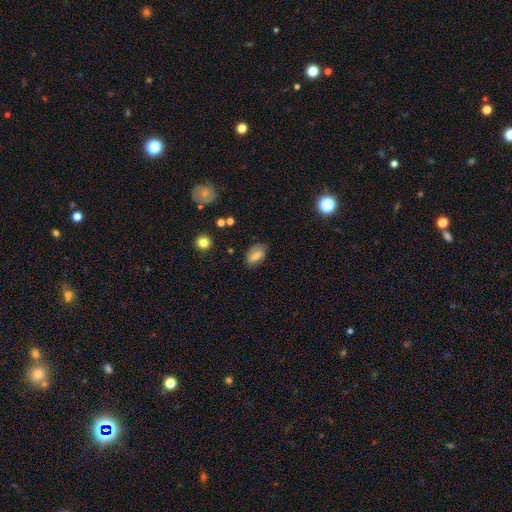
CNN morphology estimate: Smooth or featured: smooth — 67% (featured or disk — 23%)
How rounded: in between — 87% (round — 11%)
Merging: none — 72% (minor disturbance — 21%)